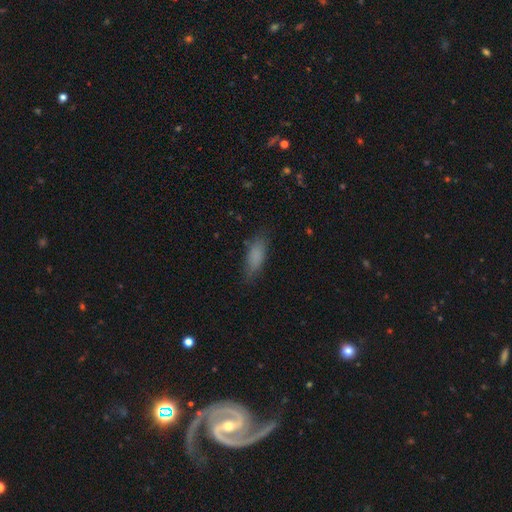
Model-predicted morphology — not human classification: This is clearly a smooth galaxy (82%). How rounded: likely in between (62%). Merging: likely none (77%).